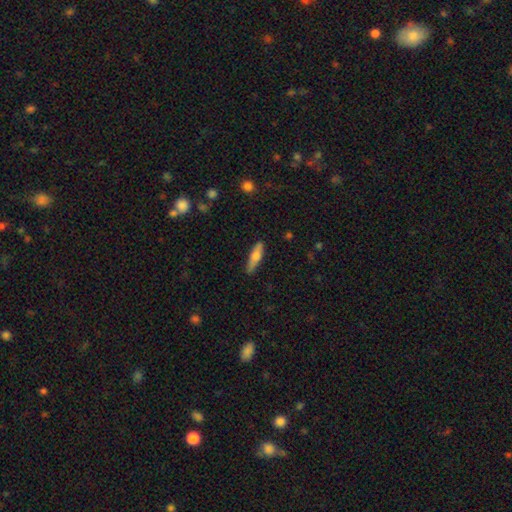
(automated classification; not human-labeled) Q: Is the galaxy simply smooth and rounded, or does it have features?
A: smooth — 65%.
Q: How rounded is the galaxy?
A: cigar-shaped — 68%.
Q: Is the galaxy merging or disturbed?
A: none — 84%.